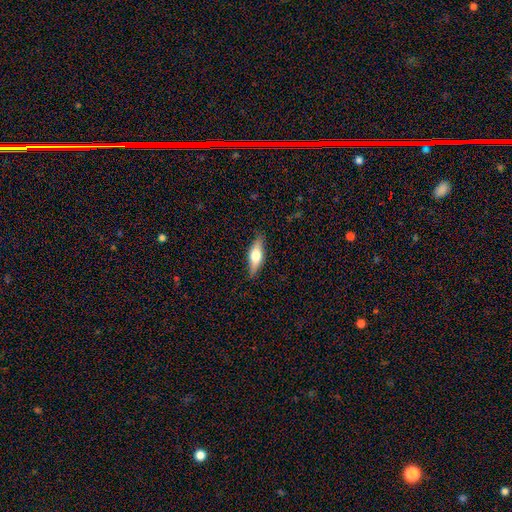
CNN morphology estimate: smooth_or_featured: smooth (p=0.49) [alt: featured or disk p=0.45]
merging: none (p=0.86) [alt: minor disturbance p=0.11]